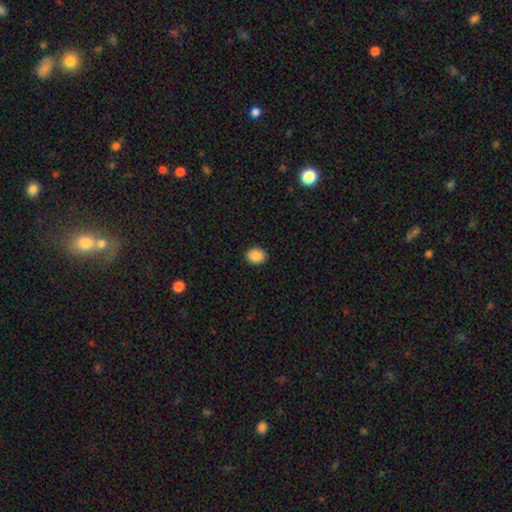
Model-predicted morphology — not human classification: smooth-or-featured: smooth: 89% | star or artifact: 9% | featured or disk: 3%
  how-rounded: round: 61% | in between: 38% | cigar-shaped: 1%
  merging: none: 91% | minor disturbance: 6% | major disturbance: 2% | merger: 1%